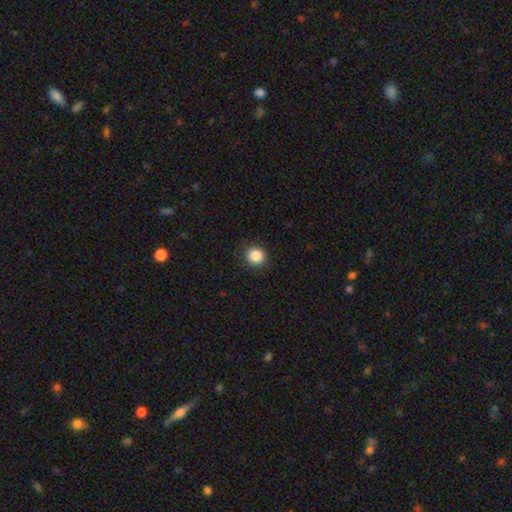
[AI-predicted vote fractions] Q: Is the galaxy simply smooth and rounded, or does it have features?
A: smooth — 87%.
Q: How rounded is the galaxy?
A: round — 88%.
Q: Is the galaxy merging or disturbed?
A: none — 89%.